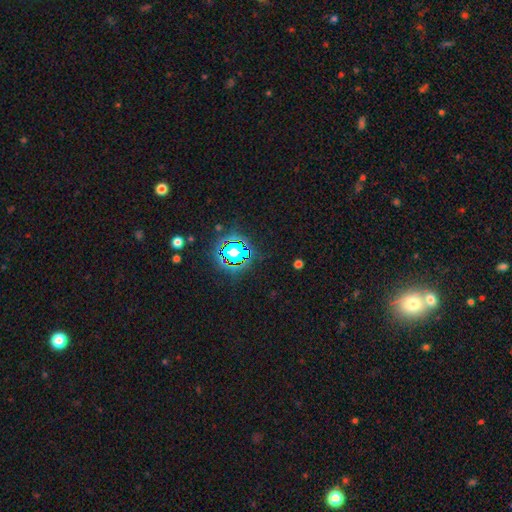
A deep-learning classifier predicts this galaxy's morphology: A star or artifact, not a galaxy (80%).

Vote fractions:
- Smooth or featured? star or artifact: 80% / smooth: 12% / featured or disk: 8%